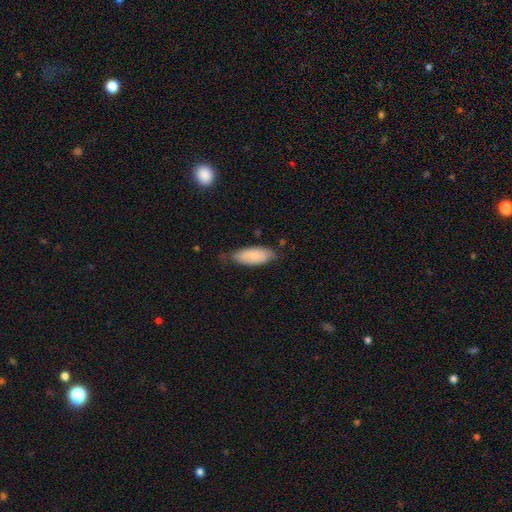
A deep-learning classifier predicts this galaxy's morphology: Smooth or featured?
  - smooth: 78% *
  - featured or disk: 16%
  - star or artifact: 6%
How rounded?
  - in between: 86% *
  - cigar-shaped: 12%
  - round: 2%
Merging?
  - none: 62% *
  - minor disturbance: 30%
  - major disturbance: 6%
  - merger: 2%